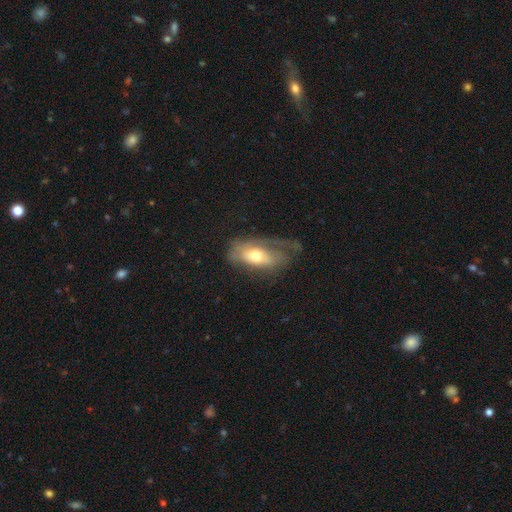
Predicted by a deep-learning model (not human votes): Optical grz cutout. It shows a featured or disk galaxy (47%). Merging: major disturbance (42%).